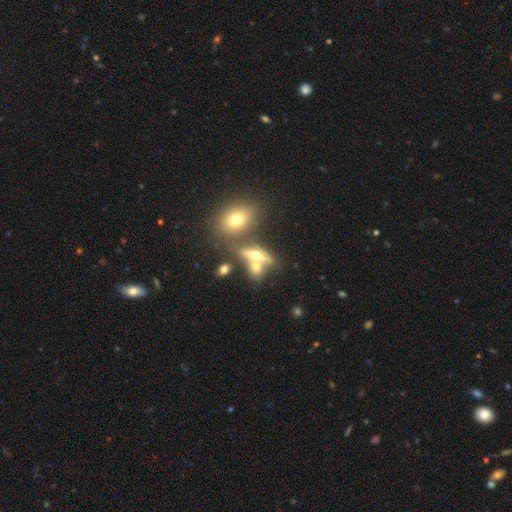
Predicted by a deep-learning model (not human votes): smooth_or_featured: featured or disk (p=0.55) [alt: smooth p=0.33]
disk_edge_on: yes (p=0.79) [alt: no p=0.21]
merging: none (p=0.52) [alt: merger p=0.30]